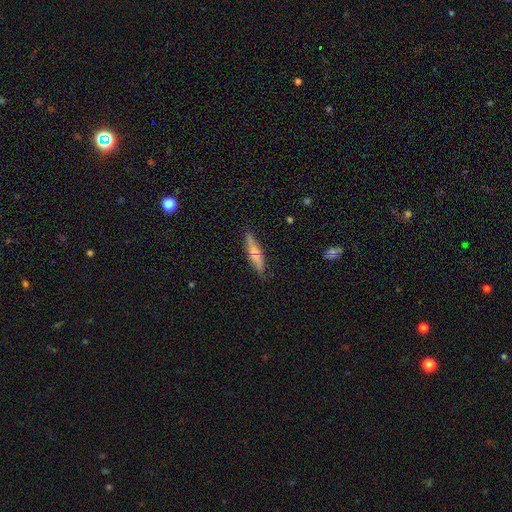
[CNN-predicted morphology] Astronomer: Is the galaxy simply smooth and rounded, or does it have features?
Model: smooth — 60%.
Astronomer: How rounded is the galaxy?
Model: cigar-shaped — 83%.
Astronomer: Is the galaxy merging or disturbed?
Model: none — 81%.